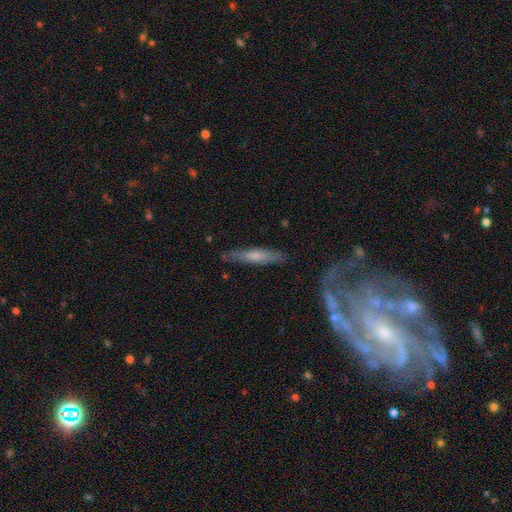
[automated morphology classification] Smooth or featured? smooth (57%)
How rounded? cigar-shaped (89%)
Merging? none (80%)